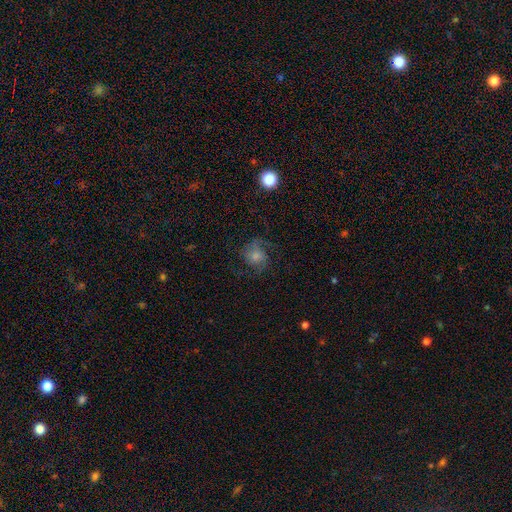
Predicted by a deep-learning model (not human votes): A featured or disk galaxy (60%) with no bar (72%), 2 (50%) medium (47%) spiral arms (91%) and a moderate central bulge (49%).

Vote fractions:
- Smooth or featured? featured or disk: 60% / smooth: 27% / star or artifact: 13%
- Edge-on disk? no: 97% / yes: 3%
- Bar? no: 72% / weak: 24% / strong: 4%
- Spiral arms? yes: 91% / no: 9%
- Spiral winding? medium: 47% / loose: 30% / tight: 23%
- Spiral arm count? 2: 50% / can't tell: 18% / 3: 15% / 1: 11% / 4: 4% / more than 4: 3%
- Bulge size? moderate: 49% / small: 33% / large: 10% / none: 6% / dominant: 2%
- Merging? none: 66% / minor disturbance: 17% / major disturbance: 16% / merger: 1%